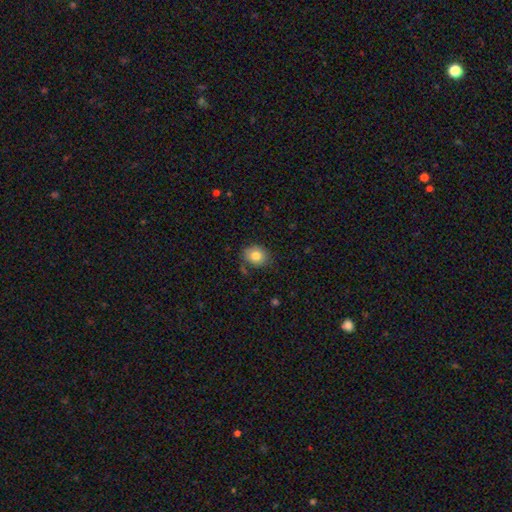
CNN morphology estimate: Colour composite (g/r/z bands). It shows a smooth galaxy with no disk features (81%) that is in between round and cigar-shaped (50%). Merging: none (78%).